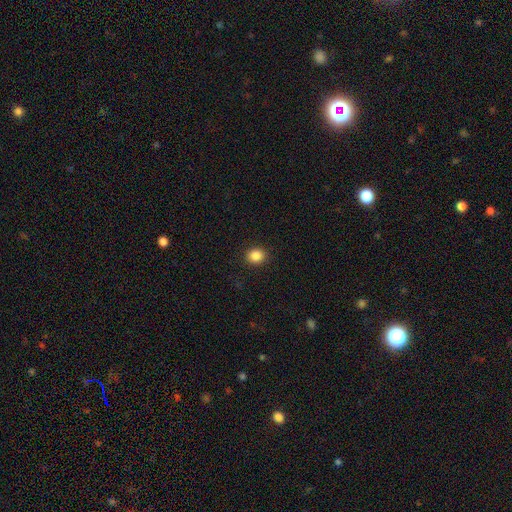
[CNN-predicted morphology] Overall: smooth (86%). How rounded: round (69%; in between 30%). Merging: none (91%).